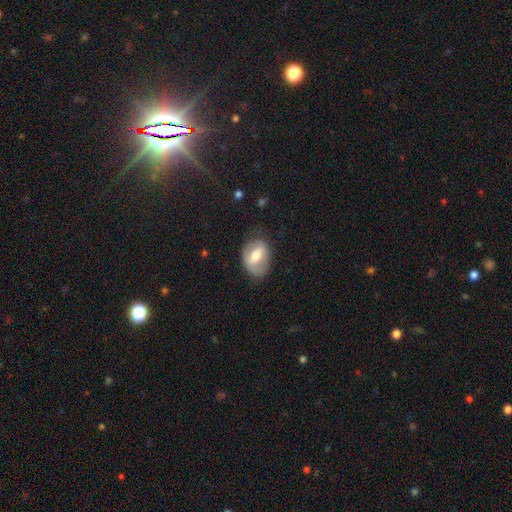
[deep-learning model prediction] smooth-or-featured: smooth: 49% | featured or disk: 45% | star or artifact: 7%
  merging: none: 70% | minor disturbance: 21% | major disturbance: 8% | merger: 1%